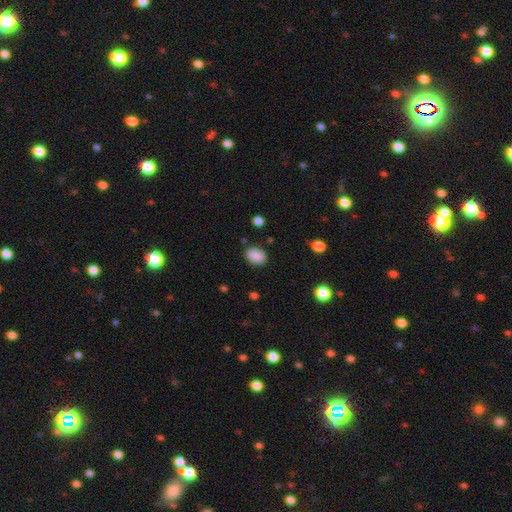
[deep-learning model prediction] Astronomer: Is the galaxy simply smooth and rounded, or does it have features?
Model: smooth — 88%.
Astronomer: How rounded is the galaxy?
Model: in between — 66%.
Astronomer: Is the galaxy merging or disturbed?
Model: none — 84%.